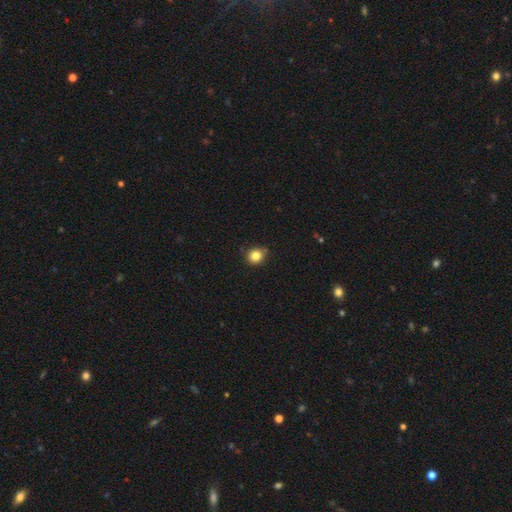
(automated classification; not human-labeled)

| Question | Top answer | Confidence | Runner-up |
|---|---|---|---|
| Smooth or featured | smooth | 83% | star or artifact (11%) |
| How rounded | round | 87% | in between (12%) |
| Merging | none | 83% | minor disturbance (13%) |